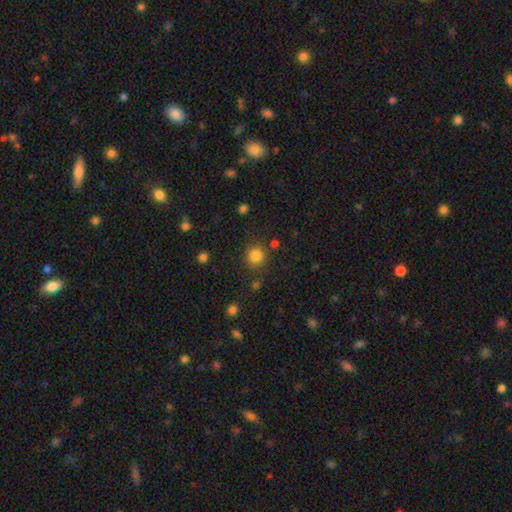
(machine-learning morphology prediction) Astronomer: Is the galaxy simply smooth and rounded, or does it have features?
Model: smooth — 83%.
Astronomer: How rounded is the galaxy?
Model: round — 90%.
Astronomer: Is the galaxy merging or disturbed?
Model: none — 82%.